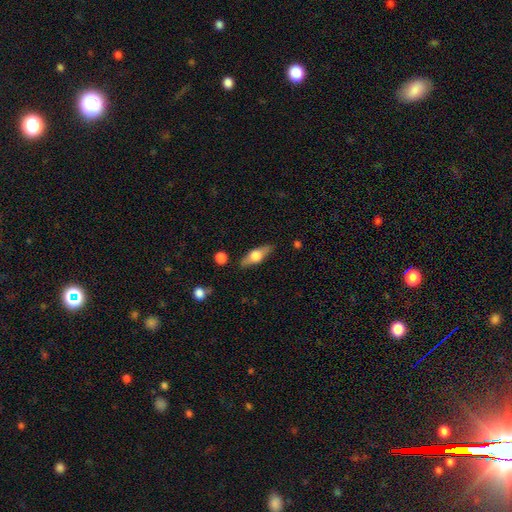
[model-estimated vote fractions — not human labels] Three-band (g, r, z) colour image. It shows a featured or disk galaxy (48%). Merging: none (83%).